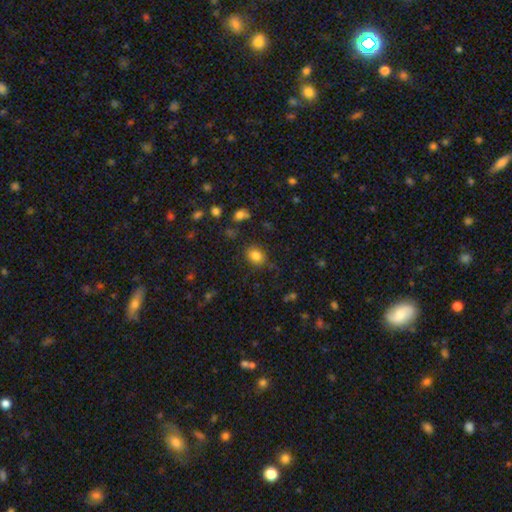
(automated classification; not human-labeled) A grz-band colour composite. It shows a smooth galaxy with no disk features (82%) that is in between round and cigar-shaped (58%). Merging: none (80%).